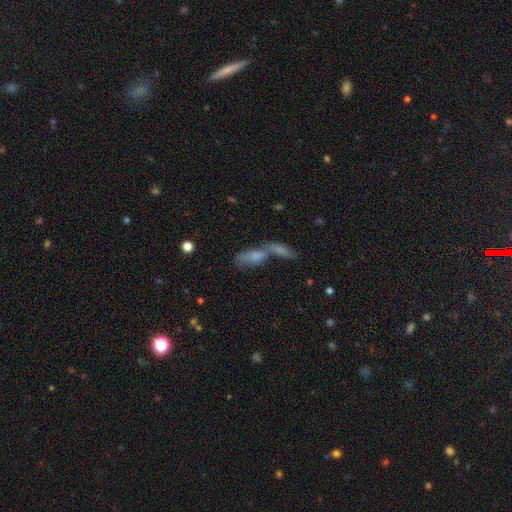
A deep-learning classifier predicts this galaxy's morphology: smooth_or_featured: smooth (p=0.56) [alt: featured or disk p=0.29]
how_rounded: in between (p=0.58) [alt: cigar-shaped p=0.36]
merging: merger (p=0.63) [alt: none p=0.24]